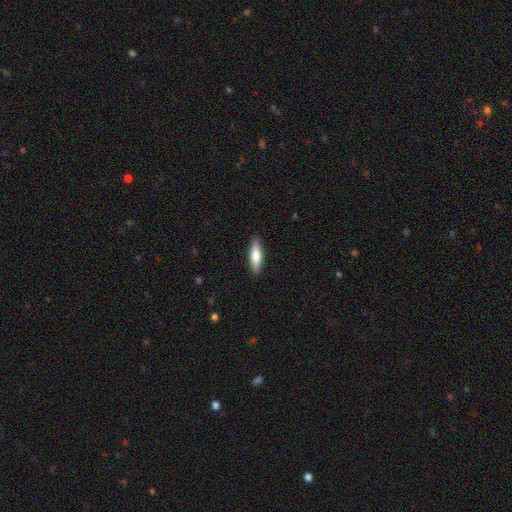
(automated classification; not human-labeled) Q: Smooth or featured?
A: smooth (76%); runner-up: featured or disk (19%)
Q: How rounded?
A: cigar-shaped (57%); runner-up: in between (42%)
Q: Merging?
A: none (89%); runner-up: minor disturbance (8%)